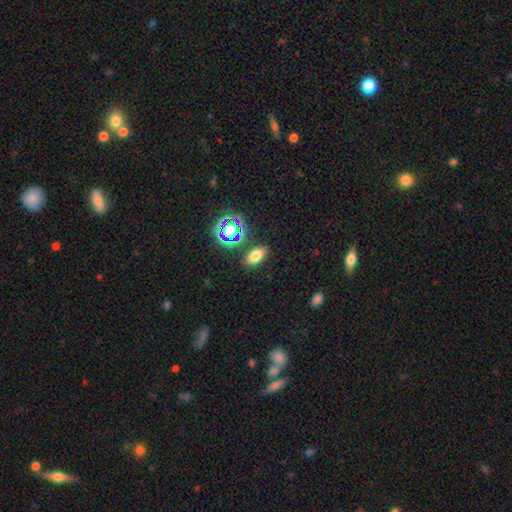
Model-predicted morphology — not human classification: type=smooth (72%); roundness=in between (85%); merging=none (84%).